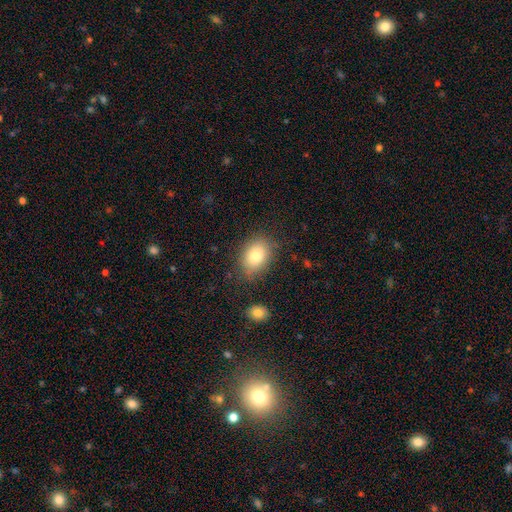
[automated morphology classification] type=smooth (80%); roundness=in between (74%); merging=none (79%).